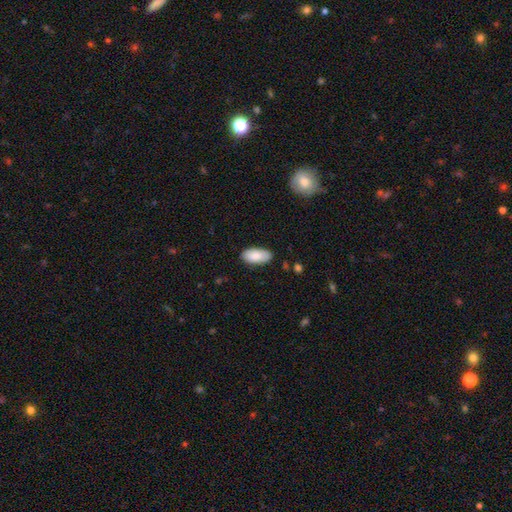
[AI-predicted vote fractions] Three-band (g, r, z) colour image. It shows a smooth galaxy with no disk features (86%) that is in between round and cigar-shaped (93%). Merging: none (84%).